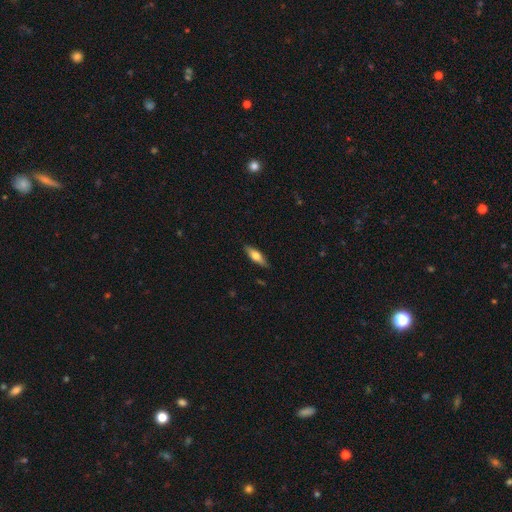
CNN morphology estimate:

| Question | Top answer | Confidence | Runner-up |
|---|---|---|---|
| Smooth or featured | smooth | 61% | featured or disk (33%) |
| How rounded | in between | 50% | cigar-shaped (48%) |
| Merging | none | 86% | minor disturbance (11%) |